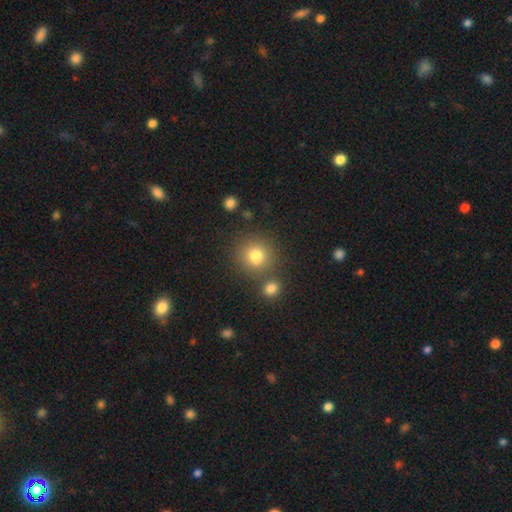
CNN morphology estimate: The model was most divided on "merging": none: 73%, merger: 14%, minor disturbance: 9%, major disturbance: 4%. More confident: how rounded — round (89%); smooth or featured — smooth (79%).